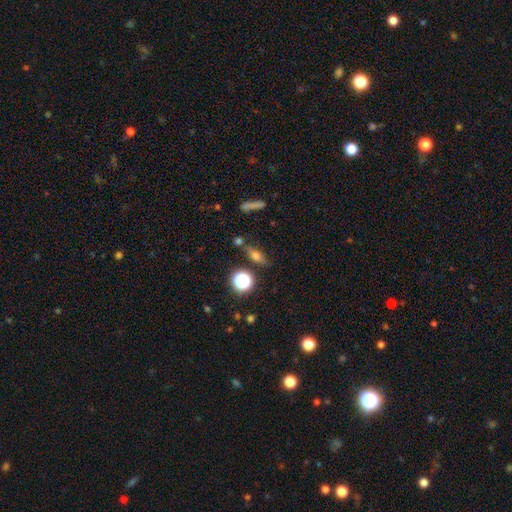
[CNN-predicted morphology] type=smooth (62%); roundness=in between (50%); merging=none (75%).